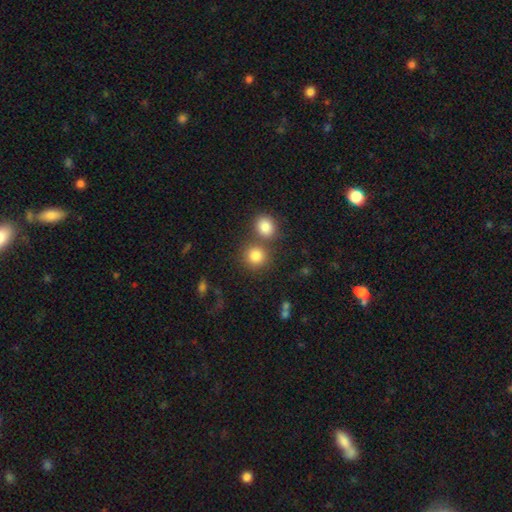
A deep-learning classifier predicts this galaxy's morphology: This is clearly a smooth galaxy (83%). How rounded: clearly round (87%). Merging: likely none (63%).